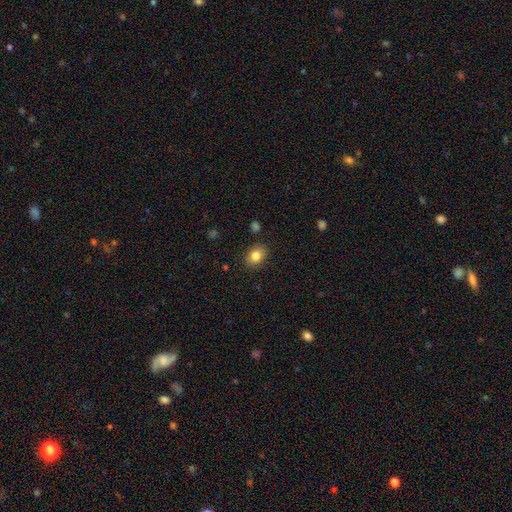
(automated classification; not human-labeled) Smooth or featured?
  - smooth: 83% *
  - star or artifact: 10%
  - featured or disk: 7%
How rounded?
  - in between: 56% *
  - round: 43%
  - cigar-shaped: 1%
Merging?
  - none: 87% *
  - minor disturbance: 9%
  - major disturbance: 2%
  - merger: 2%